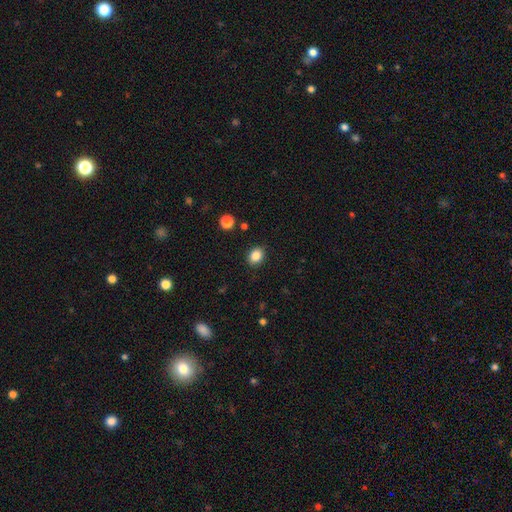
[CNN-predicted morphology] The model was most divided on "how rounded": in between: 50%, round: 49%, cigar-shaped: 1%. More confident: merging — none (89%); smooth or featured — smooth (86%).